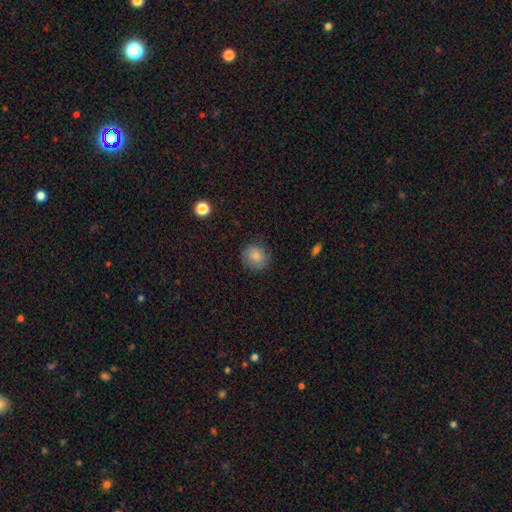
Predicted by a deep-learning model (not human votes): Morphology: type=smooth (81%); roundness=round (85%); merging=none (81%).